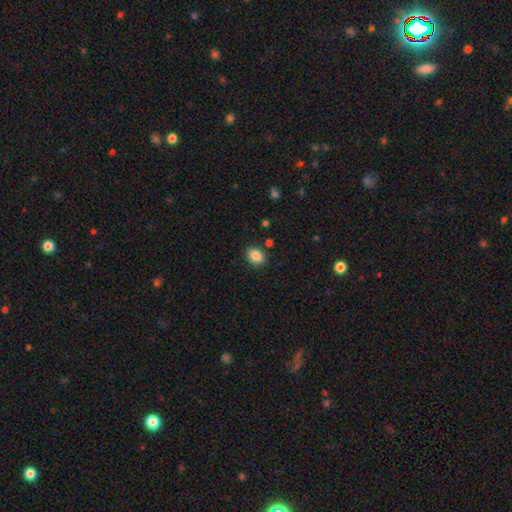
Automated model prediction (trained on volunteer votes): A smooth galaxy with no disk features (87%) that is in between round and cigar-shaped (72%).

Vote fractions:
- Smooth or featured? smooth: 87% / star or artifact: 9% / featured or disk: 5%
- How rounded? in between: 72% / round: 27% / cigar-shaped: 1%
- Merging? none: 86% / minor disturbance: 9% / merger: 3% / major disturbance: 2%